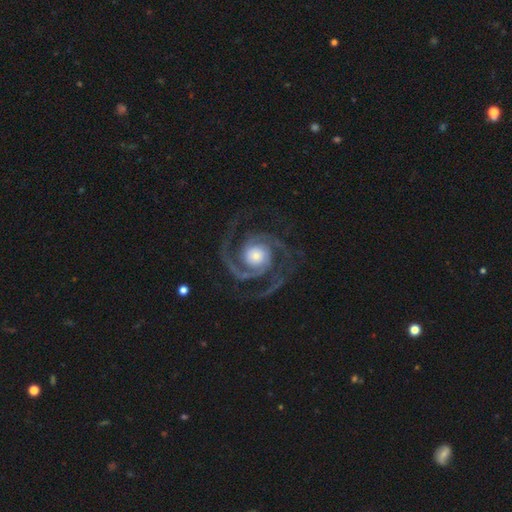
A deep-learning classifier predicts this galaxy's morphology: Q: Smooth or featured?
A: featured or disk (94%); runner-up: star or artifact (4%)
Q: Edge-on disk?
A: no (98%); runner-up: yes (2%)
Q: Bar?
A: no (74%); runner-up: weak (17%)
Q: Spiral arms?
A: yes (99%); runner-up: no (1%)
Q: Spiral winding?
A: tight (51%); runner-up: medium (43%)
Q: Spiral arm count?
A: 2 (71%); runner-up: 3 (16%)
Q: Bulge size?
A: small (40%); runner-up: moderate (38%)
Q: Merging?
A: none (78%); runner-up: minor disturbance (12%)